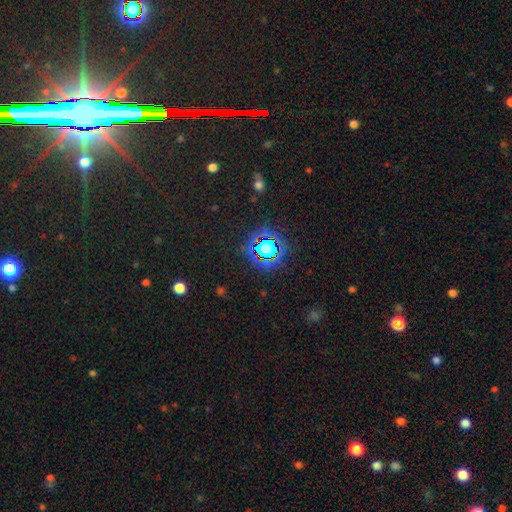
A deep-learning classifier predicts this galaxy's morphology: The model was most divided on "smooth or featured": star or artifact: 79%, smooth: 11%, featured or disk: 10%.